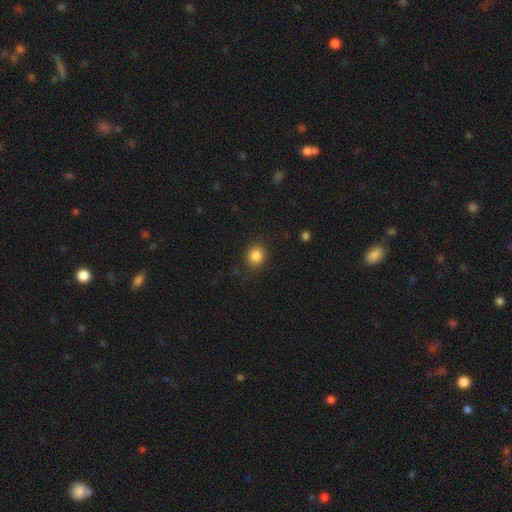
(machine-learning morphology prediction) type=smooth (85%); roundness=round (80%); merging=none (86%).